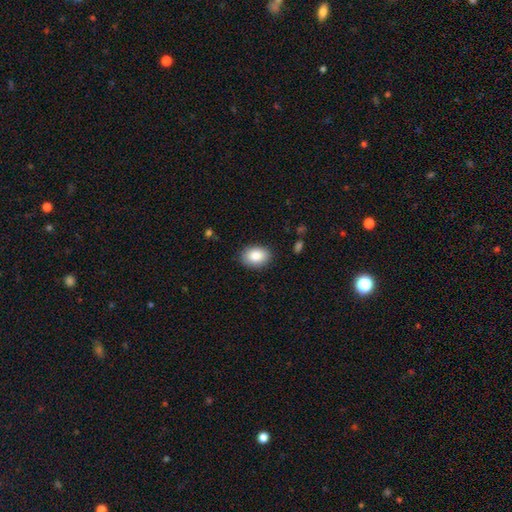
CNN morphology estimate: This appears to be a smooth galaxy with no disk features (86%) that is in between round and cigar-shaped (78%). Merging: none (88%).